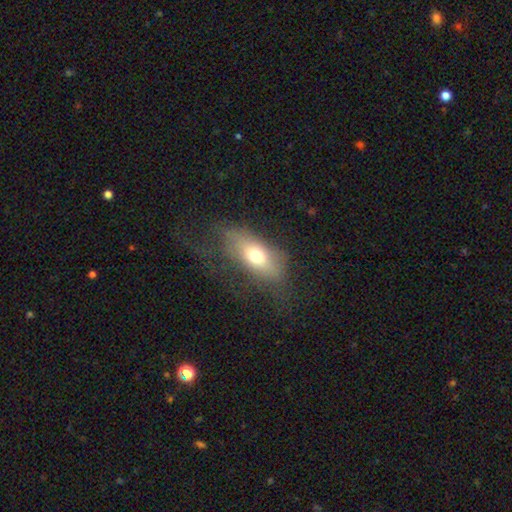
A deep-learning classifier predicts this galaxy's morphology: smooth-or-featured: smooth: 65% | featured or disk: 24% | star or artifact: 11%
  how-rounded: in between: 82% | cigar-shaped: 10% | round: 9%
  merging: none: 52% | major disturbance: 25% | minor disturbance: 21% | merger: 2%